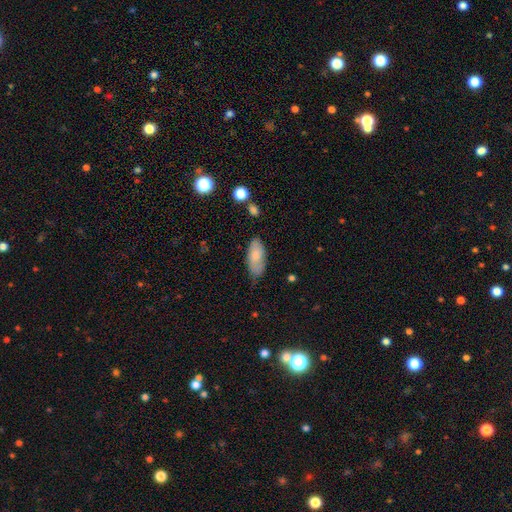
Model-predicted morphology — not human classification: smooth 79%, featured or disk 14%, star or artifact 7%. Down the decision tree: how rounded — in between (88%); merging — none (66%).